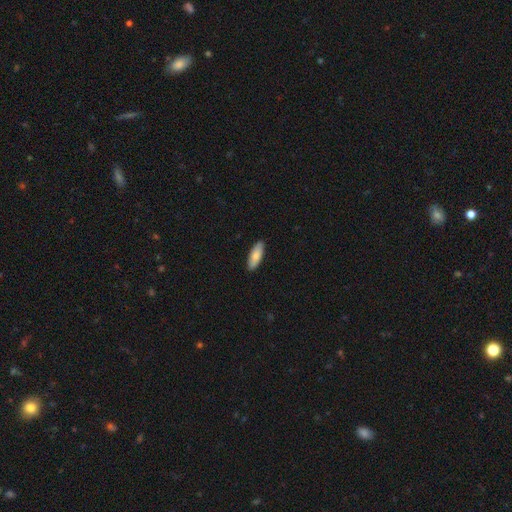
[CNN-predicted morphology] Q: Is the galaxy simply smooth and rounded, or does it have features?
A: smooth — 80%.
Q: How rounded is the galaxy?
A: in between — 65%.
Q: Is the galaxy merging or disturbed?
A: none — 90%.